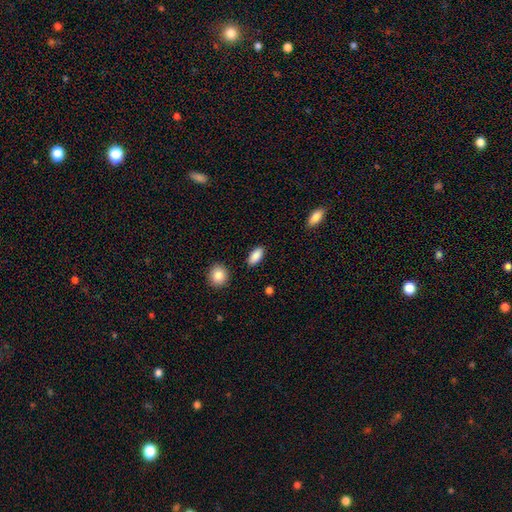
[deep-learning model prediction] Smooth or featured?
  - smooth: 89% *
  - star or artifact: 7%
  - featured or disk: 4%
How rounded?
  - in between: 90% *
  - cigar-shaped: 7%
  - round: 3%
Merging?
  - none: 89% *
  - minor disturbance: 8%
  - major disturbance: 2%
  - merger: 2%